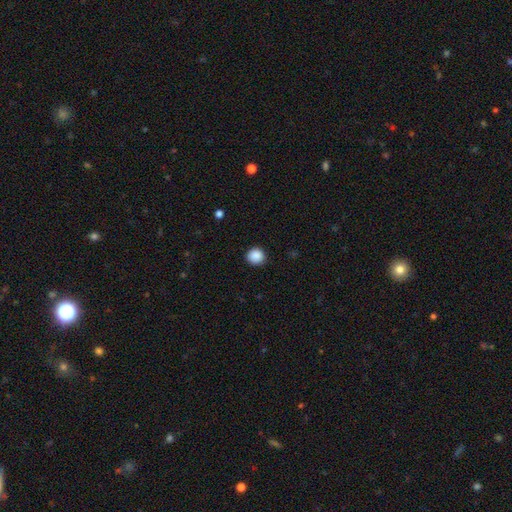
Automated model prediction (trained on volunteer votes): smooth 88%, star or artifact 9%, featured or disk 2%. Down the decision tree: how rounded — round (92%); merging — none (90%).